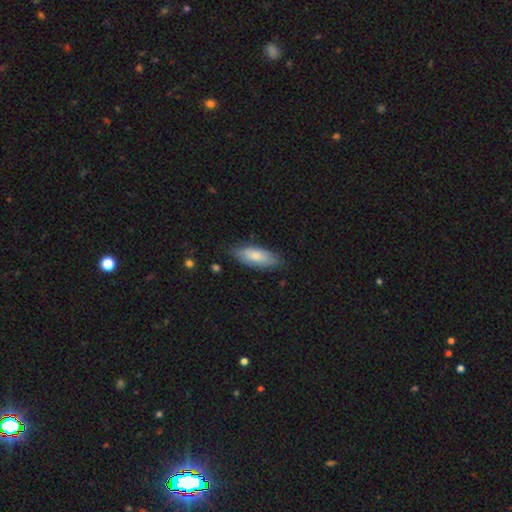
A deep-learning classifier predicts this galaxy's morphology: Smooth or featured? smooth (75%)
How rounded? in between (76%)
Merging? none (77%)